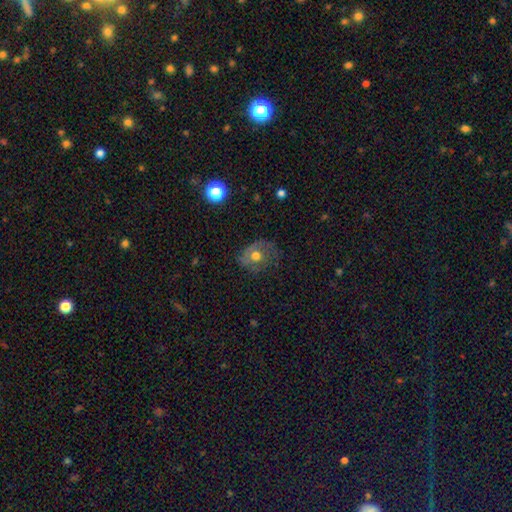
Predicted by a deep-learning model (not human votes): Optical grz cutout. It shows a smooth galaxy with no disk features (52%) that is round (57%). Merging: none (55%).